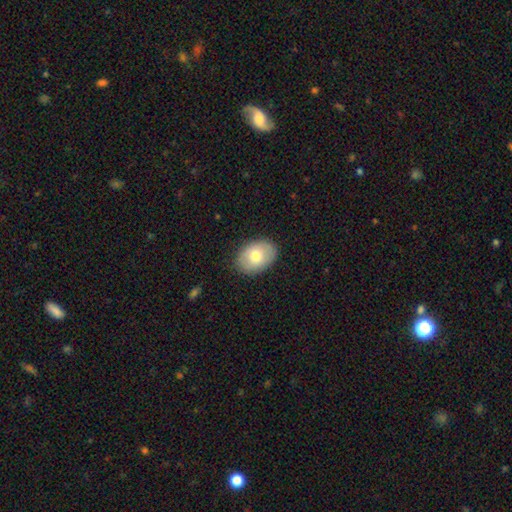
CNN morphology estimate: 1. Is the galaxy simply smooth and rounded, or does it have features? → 73% smooth, 20% featured or disk, 7% star or artifact.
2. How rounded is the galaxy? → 80% in between, 19% round, 1% cigar-shaped.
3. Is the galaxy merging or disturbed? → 86% none, 11% minor disturbance, 2% major disturbance, 1% merger.